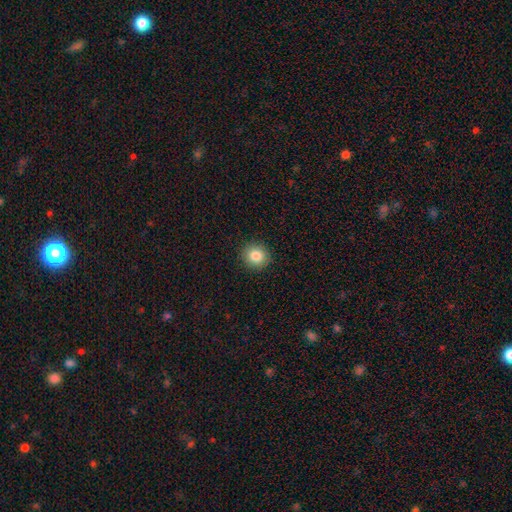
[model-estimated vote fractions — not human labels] Smooth or featured: smooth — 84% (star or artifact — 10%)
How rounded: round — 89% (in between — 10%)
Merging: none — 91% (minor disturbance — 6%)